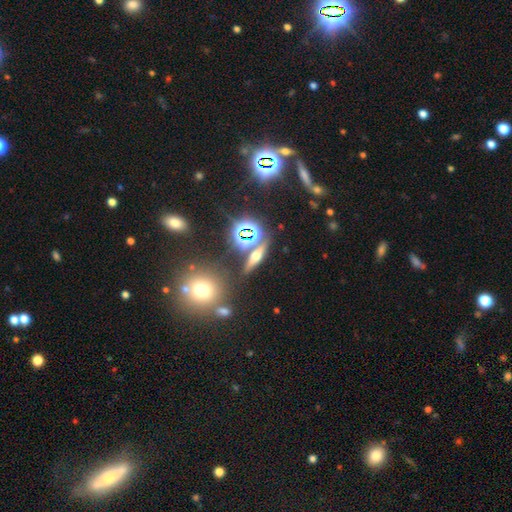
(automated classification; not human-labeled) A featured or disk galaxy (35%). Merging: none (80%).